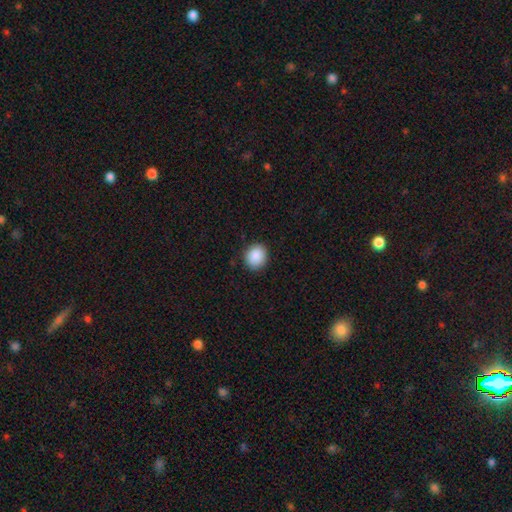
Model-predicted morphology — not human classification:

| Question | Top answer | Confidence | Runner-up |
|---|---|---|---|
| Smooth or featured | smooth | 89% | star or artifact (8%) |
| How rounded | round | 76% | in between (23%) |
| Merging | none | 89% | minor disturbance (8%) |